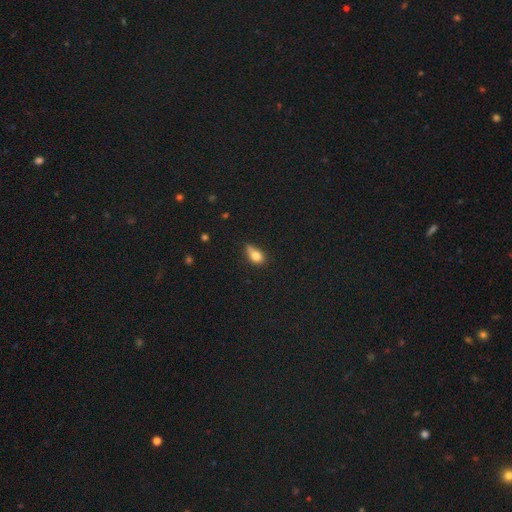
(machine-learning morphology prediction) Overall: smooth (78%). How rounded: in between (75%). Merging: none (41%; minor disturbance 38%).